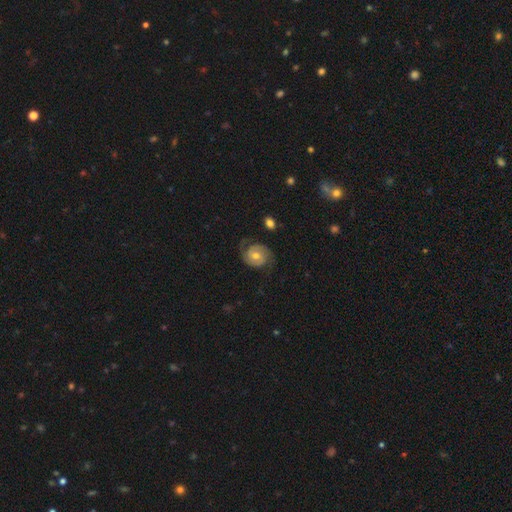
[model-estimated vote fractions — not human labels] Smooth or featured: featured or disk — 83% (smooth — 11%)
Edge-on disk: no — 98% (yes — 2%)
Bar: no — 68% (weak — 26%)
Spiral arms: yes — 96% (no — 4%)
Spiral winding: tight — 47% (medium — 40%)
Spiral arm count: 2 — 90% (can't tell — 4%)
Bulge size: moderate — 69% (small — 25%)
Merging: none — 77% (minor disturbance — 15%)